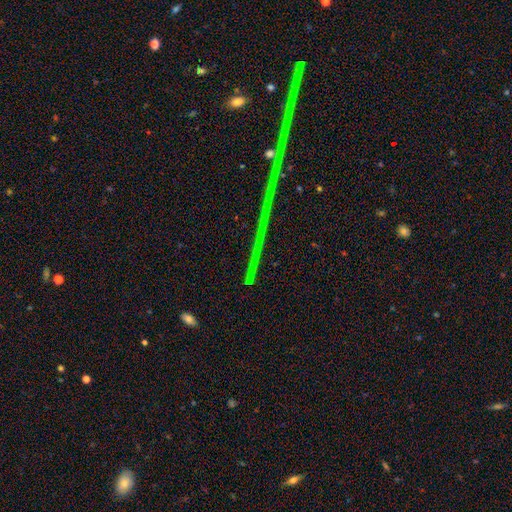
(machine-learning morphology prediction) Smooth or featured? star or artifact (82%)